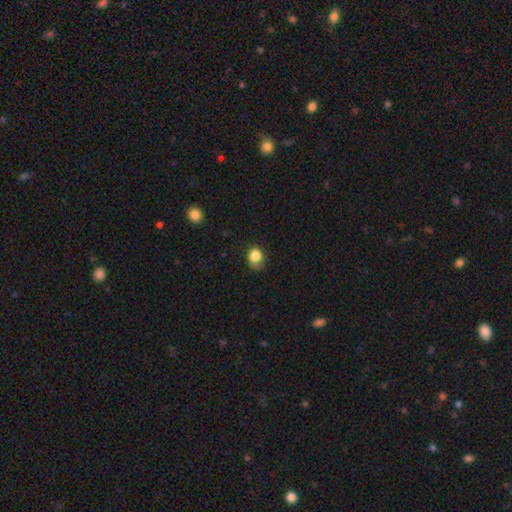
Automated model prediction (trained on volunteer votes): Q: Smooth or featured?
A: smooth (84%); runner-up: star or artifact (10%)
Q: How rounded?
A: round (61%); runner-up: in between (38%)
Q: Merging?
A: none (55%); runner-up: minor disturbance (32%)